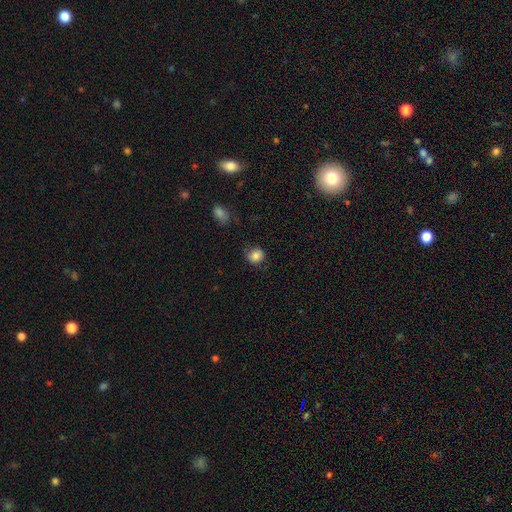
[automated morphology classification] smooth_or_featured: smooth (p=0.84) [alt: star or artifact p=0.10]
how_rounded: round (p=0.79) [alt: in between p=0.20]
merging: none (p=0.76) [alt: minor disturbance p=0.18]